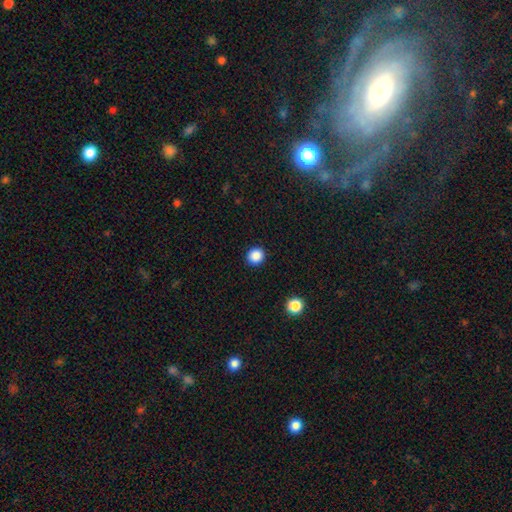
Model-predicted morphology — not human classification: The model was most divided on "smooth or featured": smooth: 87%, star or artifact: 11%, featured or disk: 2%. More confident: merging — none (92%); how rounded — round (90%).